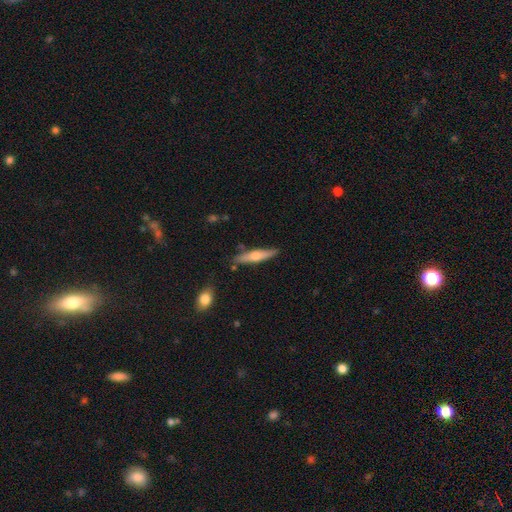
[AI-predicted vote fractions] This is possibly a smooth galaxy (48%). Merging: clearly none (83%).